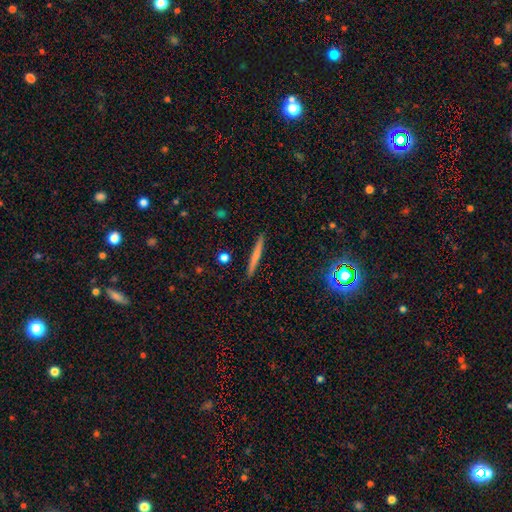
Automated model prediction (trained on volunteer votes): Smooth or featured? Predicted: smooth (p=0.59). How rounded? Predicted: cigar-shaped (p=0.96). Merging? Predicted: none (p=0.92).